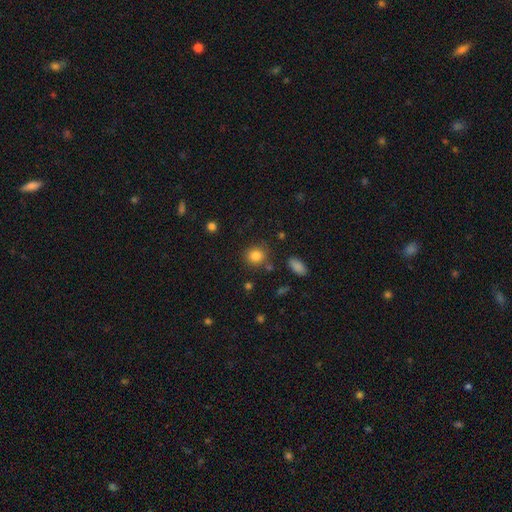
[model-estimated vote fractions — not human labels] Smooth or featured: smooth — 84% (star or artifact — 10%)
How rounded: round — 78% (in between — 21%)
Merging: none — 80% (minor disturbance — 11%)